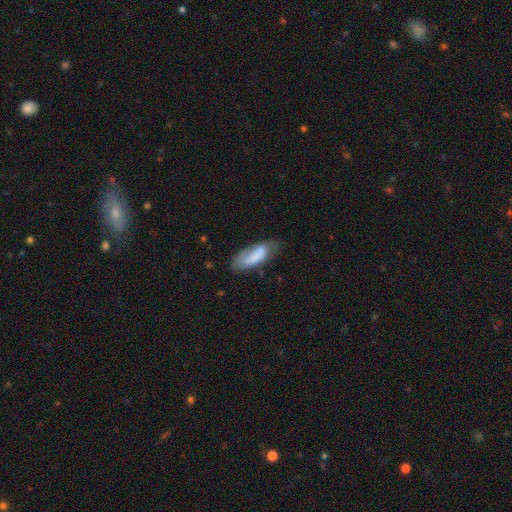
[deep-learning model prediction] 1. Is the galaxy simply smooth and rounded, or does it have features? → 73% smooth, 20% featured or disk, 7% star or artifact.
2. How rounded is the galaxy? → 75% in between, 23% cigar-shaped, 2% round.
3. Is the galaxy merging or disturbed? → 47% none, 32% minor disturbance, 16% major disturbance, 5% merger.